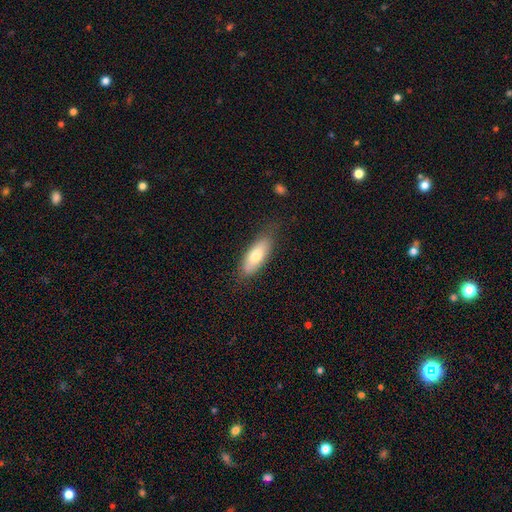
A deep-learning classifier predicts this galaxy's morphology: smooth 71%, featured or disk 23%, star or artifact 6%. Down the decision tree: how rounded — in between (69%); merging — none (79%).